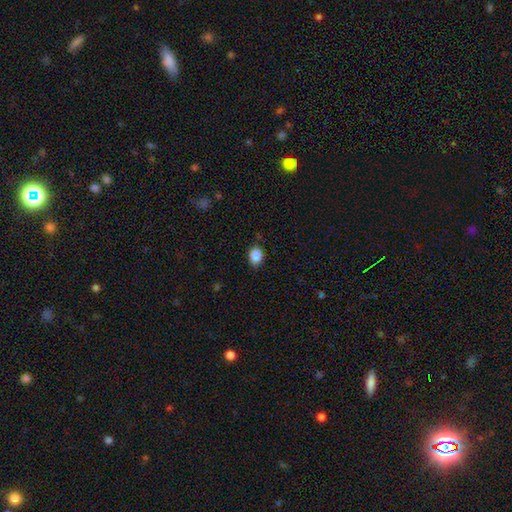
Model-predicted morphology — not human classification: Smooth or featured: smooth — 88% (star or artifact — 8%)
How rounded: in between — 64% (round — 35%)
Merging: none — 82% (minor disturbance — 14%)